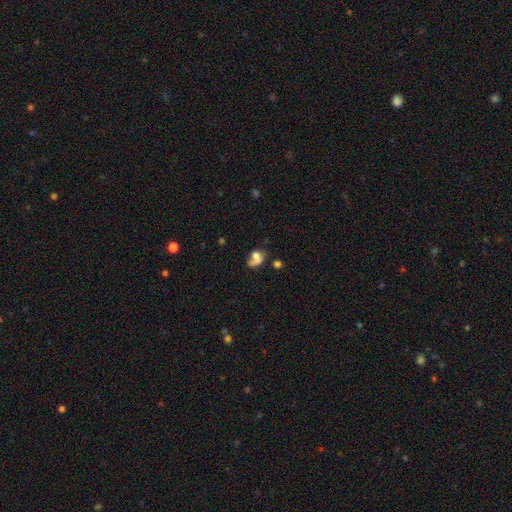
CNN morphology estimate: This appears to be a smooth galaxy with no disk features (61%) that is in between round and cigar-shaped (66%). Merging: merger (35%).